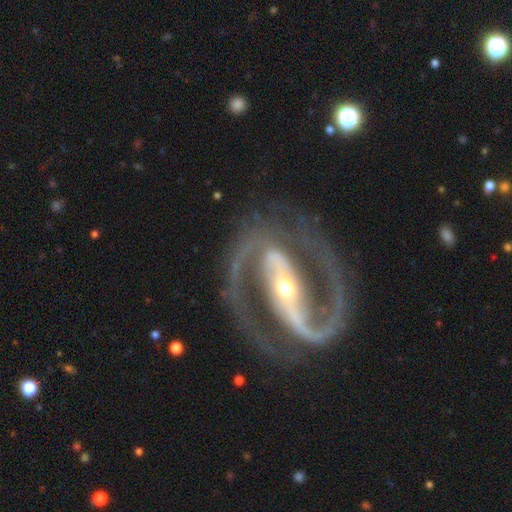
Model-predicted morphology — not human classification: Q: Smooth or featured?
A: featured or disk (94%); runner-up: star or artifact (4%)
Q: Edge-on disk?
A: no (97%); runner-up: yes (3%)
Q: Bar?
A: strong (72%); runner-up: weak (17%)
Q: Spiral arms?
A: yes (98%); runner-up: no (2%)
Q: Spiral winding?
A: medium (62%); runner-up: tight (26%)
Q: Spiral arm count?
A: 2 (94%); runner-up: can't tell (1%)
Q: Bulge size?
A: small (55%); runner-up: moderate (40%)
Q: Merging?
A: none (82%); runner-up: minor disturbance (11%)